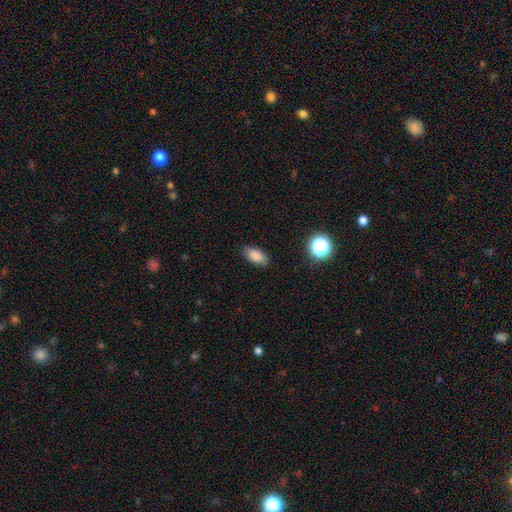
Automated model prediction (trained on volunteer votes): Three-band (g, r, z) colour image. It shows a smooth galaxy with no disk features (85%) that is in between round and cigar-shaped (88%). Merging: none (87%).